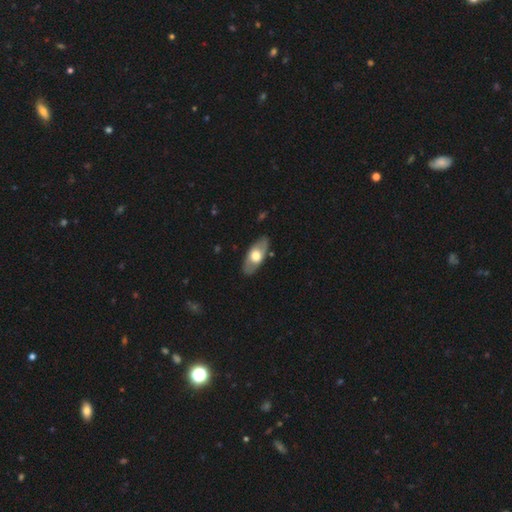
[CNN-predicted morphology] This appears to be a smooth galaxy with no disk features (50%). Merging: none (84%).